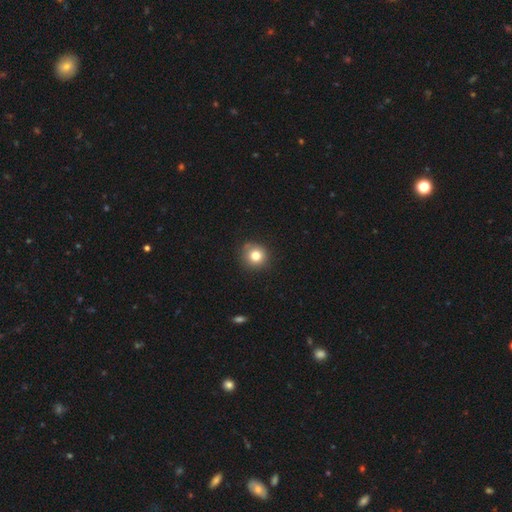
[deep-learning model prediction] Q: Smooth or featured?
A: smooth (80%); runner-up: star or artifact (12%)
Q: How rounded?
A: round (90%); runner-up: in between (9%)
Q: Merging?
A: none (85%); runner-up: minor disturbance (12%)